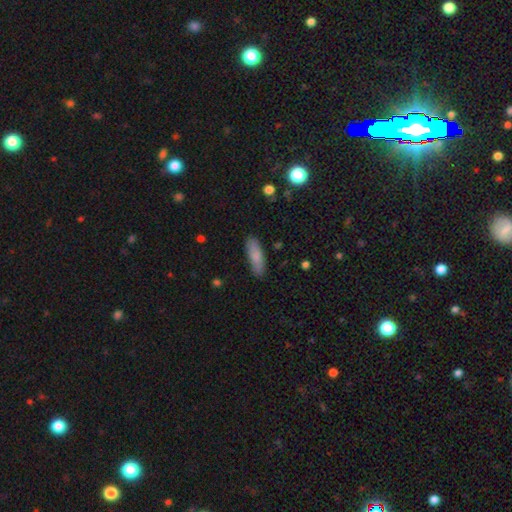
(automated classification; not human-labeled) Smooth or featured?
  - smooth: 83% *
  - featured or disk: 11%
  - star or artifact: 6%
How rounded?
  - in between: 50% *
  - cigar-shaped: 48%
  - round: 2%
Merging?
  - none: 84% *
  - minor disturbance: 12%
  - major disturbance: 2%
  - merger: 1%